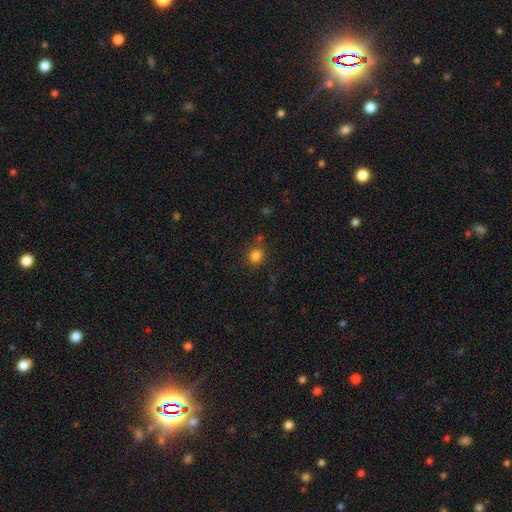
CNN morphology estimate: This is clearly a smooth galaxy (81%). How rounded: clearly round (82%). Merging: likely none (76%).